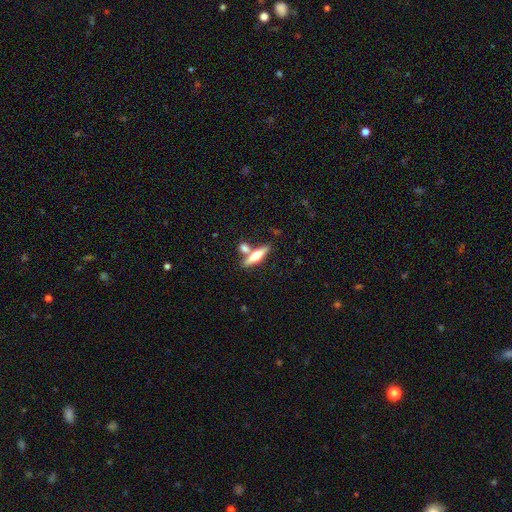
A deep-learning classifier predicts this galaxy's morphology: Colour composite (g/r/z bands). It shows a featured or disk galaxy (47%, tied with smooth). Merging: none (63%).